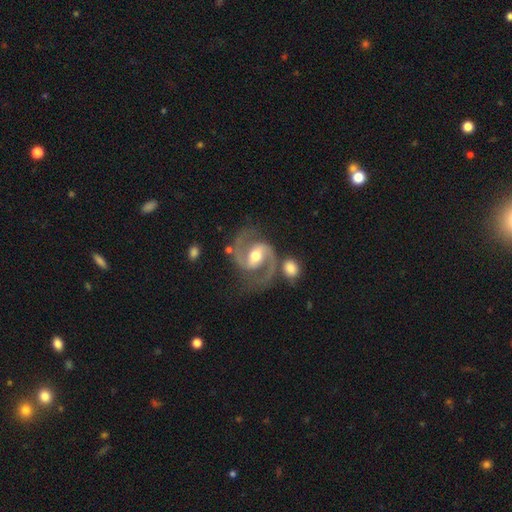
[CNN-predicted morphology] Q: Smooth or featured?
A: featured or disk (92%); runner-up: star or artifact (4%)
Q: Edge-on disk?
A: no (98%); runner-up: yes (2%)
Q: Bar?
A: weak (43%); runner-up: strong (40%)
Q: Spiral arms?
A: yes (98%); runner-up: no (2%)
Q: Spiral winding?
A: medium (67%); runner-up: loose (17%)
Q: Spiral arm count?
A: 2 (94%); runner-up: can't tell (1%)
Q: Bulge size?
A: moderate (73%); runner-up: small (17%)
Q: Merging?
A: none (73%); runner-up: minor disturbance (14%)